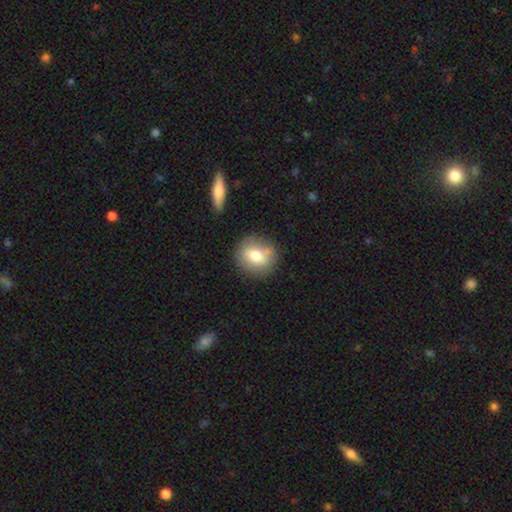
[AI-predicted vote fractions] The model was most divided on "smooth or featured": smooth: 74%, featured or disk: 18%, star or artifact: 8%. More confident: how rounded — round (82%); merging — none (77%).